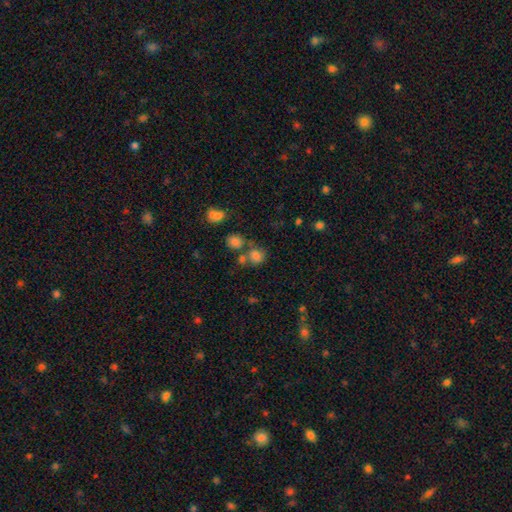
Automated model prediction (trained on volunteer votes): A smooth galaxy with no disk features (77%) that is round (76%). Merging: none (53%).